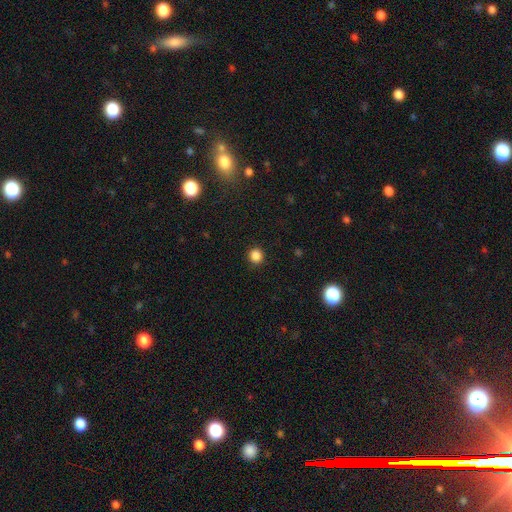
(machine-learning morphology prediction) Smooth or featured? Predicted: smooth (p=0.85). How rounded? Predicted: round (p=0.92). Merging? Predicted: none (p=0.91).